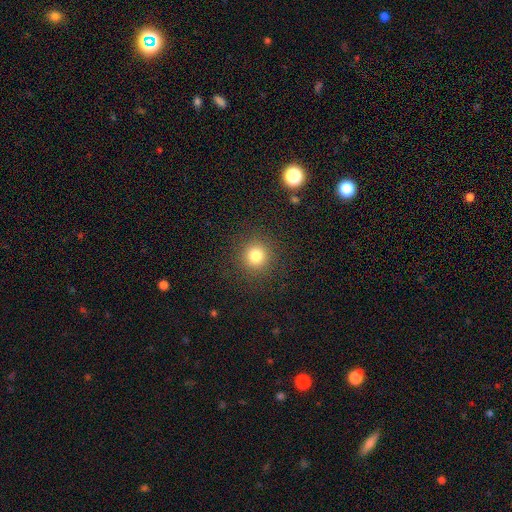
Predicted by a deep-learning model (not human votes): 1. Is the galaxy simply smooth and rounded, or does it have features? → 81% smooth, 13% star or artifact, 6% featured or disk.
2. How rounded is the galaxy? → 93% round, 6% in between, 1% cigar-shaped.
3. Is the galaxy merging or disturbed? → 90% none, 6% minor disturbance, 3% major disturbance, 1% merger.